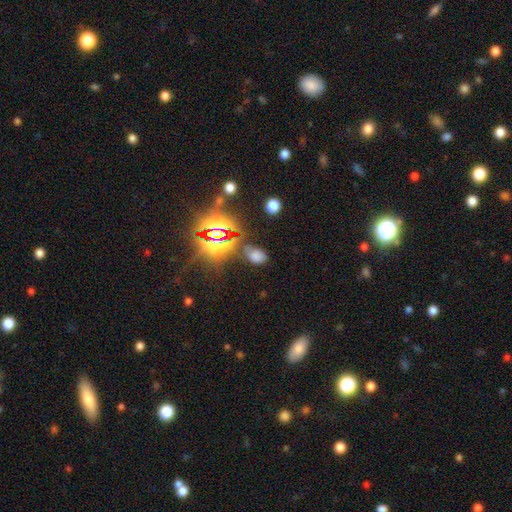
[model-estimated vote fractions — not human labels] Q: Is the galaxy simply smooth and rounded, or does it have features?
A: smooth — 56%.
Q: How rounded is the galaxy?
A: in between — 82%.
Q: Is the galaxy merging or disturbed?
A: none — 67%.